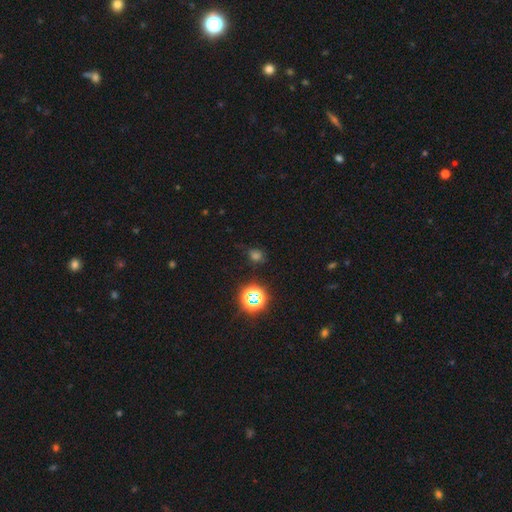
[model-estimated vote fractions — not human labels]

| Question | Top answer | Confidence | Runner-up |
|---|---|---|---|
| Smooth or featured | smooth | 53% | star or artifact (40%) |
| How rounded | round | 71% | in between (27%) |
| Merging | none | 78% | minor disturbance (14%) |